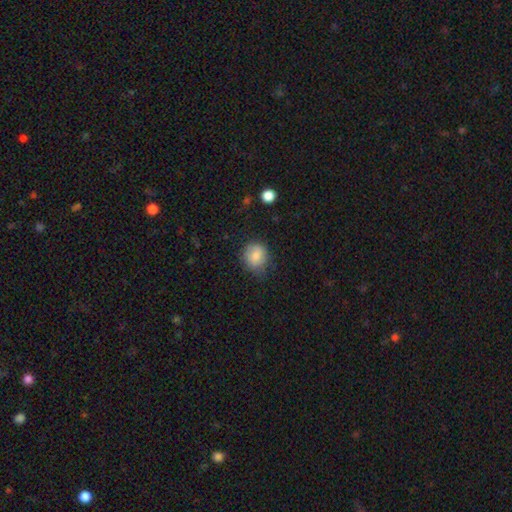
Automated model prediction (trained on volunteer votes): Morphology: type=smooth (82%); roundness=round (73%); merging=none (68%).